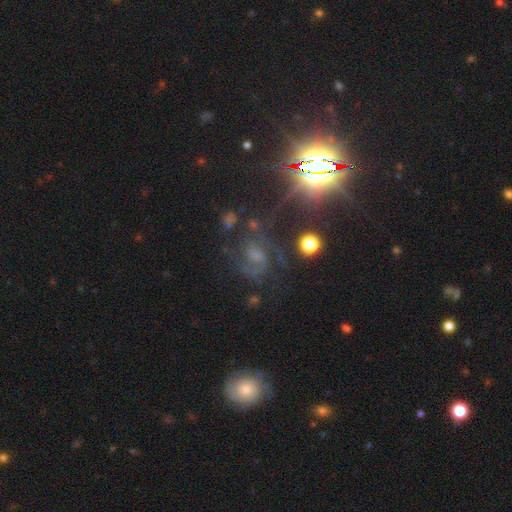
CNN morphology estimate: Smooth or featured? featured or disk (57%)
Edge-on disk? no (95%)
Bar? weak (41%, tied with no)
Spiral arms? yes (91%)
Bulge size? small (32%)
Merging? none (63%)